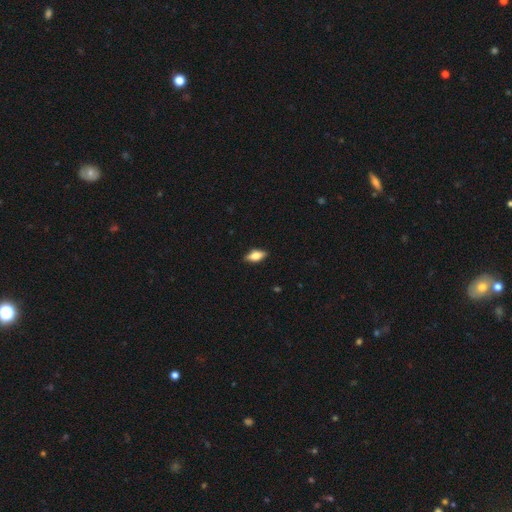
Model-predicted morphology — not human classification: type=smooth (61%); roundness=in between (80%); merging=none (87%).